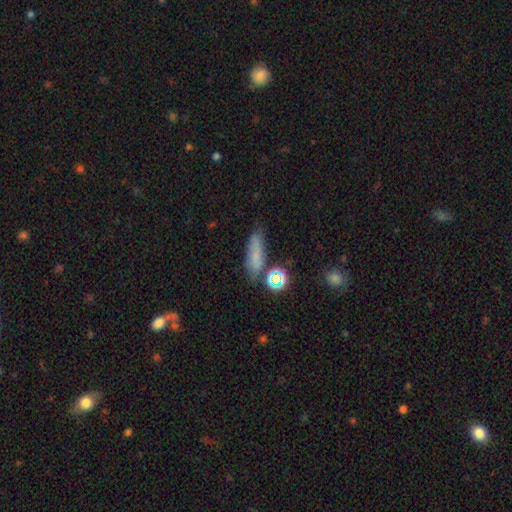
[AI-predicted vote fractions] Smooth or featured: smooth — 67% (star or artifact — 18%)
How rounded: cigar-shaped — 48% (in between — 42%)
Merging: none — 64% (minor disturbance — 20%)